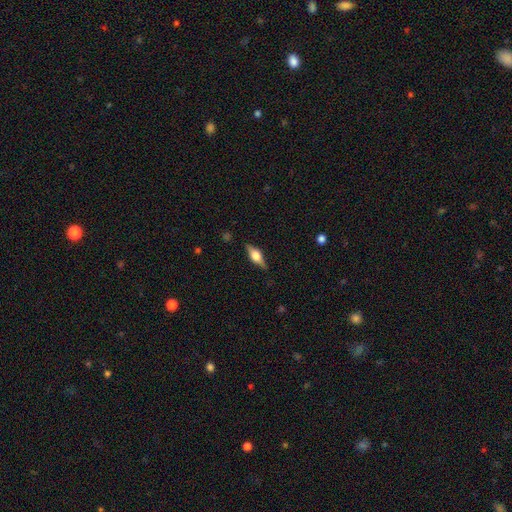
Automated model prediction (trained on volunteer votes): A featured or disk galaxy (64%) viewed edge-on (95%) with a rounded central bulge (91%).

Vote fractions:
- Smooth or featured? featured or disk: 64% / smooth: 29% / star or artifact: 7%
- Edge-on disk? yes: 95% / no: 5%
- Edge-on bulge? rounded: 91% / boxy: 8% / none: 1%
- Merging? none: 84% / minor disturbance: 12% / major disturbance: 3% / merger: 1%